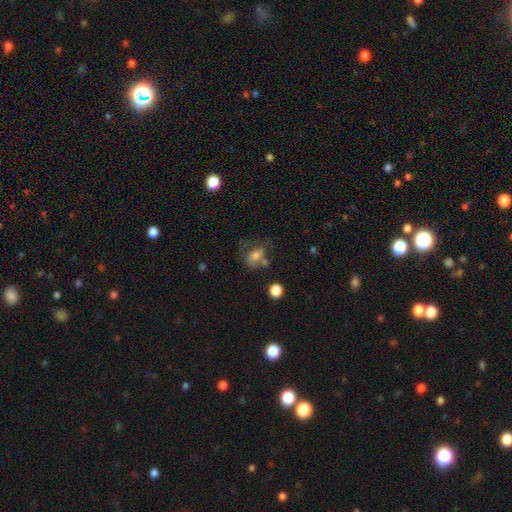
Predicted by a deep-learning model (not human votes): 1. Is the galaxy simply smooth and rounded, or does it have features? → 69% smooth, 19% featured or disk, 12% star or artifact.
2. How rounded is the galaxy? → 62% in between, 36% round, 2% cigar-shaped.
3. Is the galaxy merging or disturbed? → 40% none, 23% minor disturbance, 20% major disturbance, 17% merger.